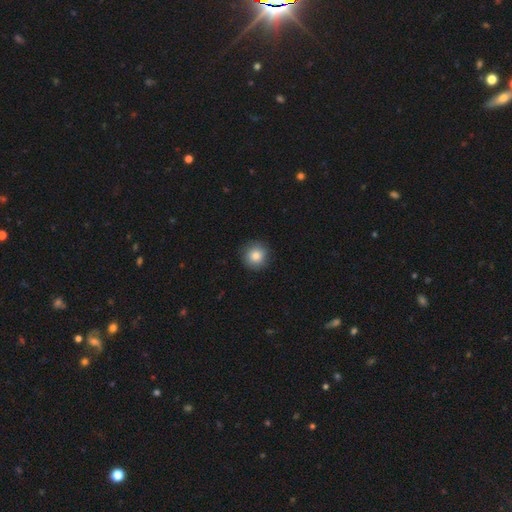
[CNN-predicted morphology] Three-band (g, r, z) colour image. It shows a smooth galaxy with no disk features (84%) that is round (94%). Merging: none (90%).